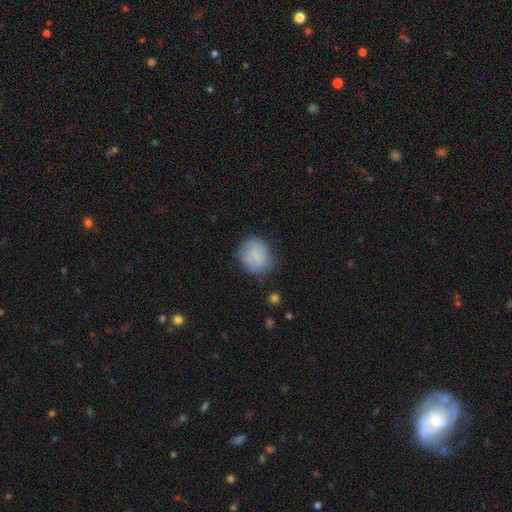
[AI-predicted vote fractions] Overall: smooth (62%; featured or disk 29%). How rounded: round (71%). Merging: none (68%).